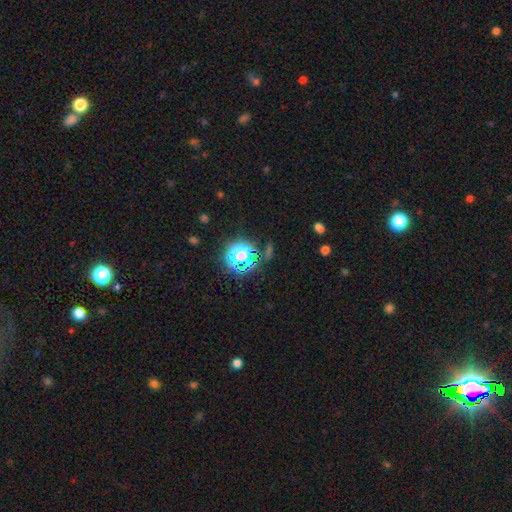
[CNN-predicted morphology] smooth-or-featured: star or artifact: 75% | smooth: 18% | featured or disk: 7%